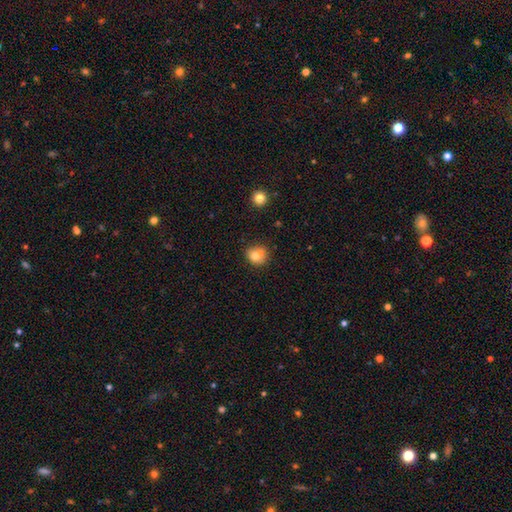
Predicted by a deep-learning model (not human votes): A smooth galaxy with no disk features (74%) that is round (78%). Merging: none (54%).